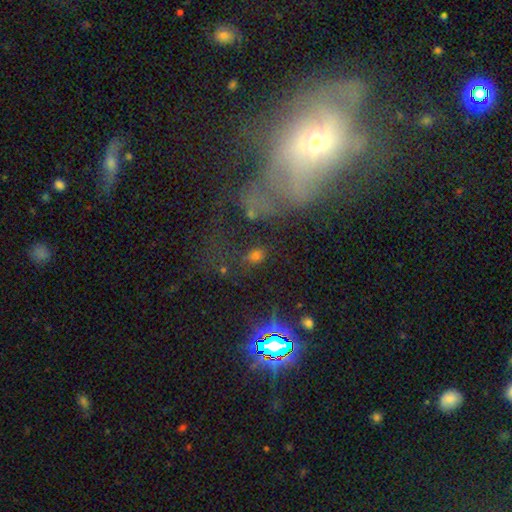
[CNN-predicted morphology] A smooth galaxy with no disk features (50%) that is in between round and cigar-shaped (58%). Merging: none (60%).